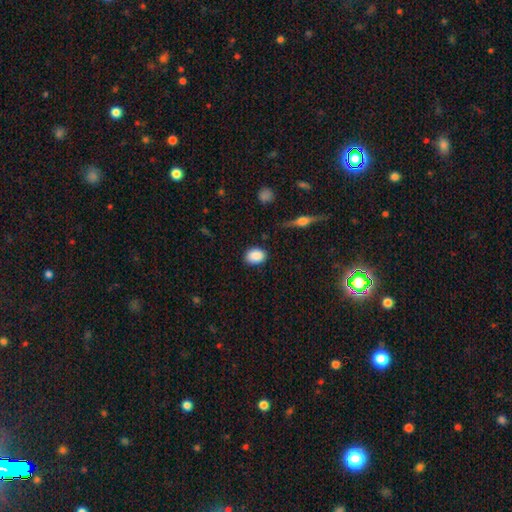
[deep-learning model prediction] A smooth galaxy with no disk features (88%) that is in between round and cigar-shaped (66%).

Vote fractions:
- Smooth or featured? smooth: 88% / star or artifact: 7% / featured or disk: 5%
- How rounded? in between: 66% / round: 33% / cigar-shaped: 1%
- Merging? none: 85% / minor disturbance: 11% / major disturbance: 3% / merger: 2%